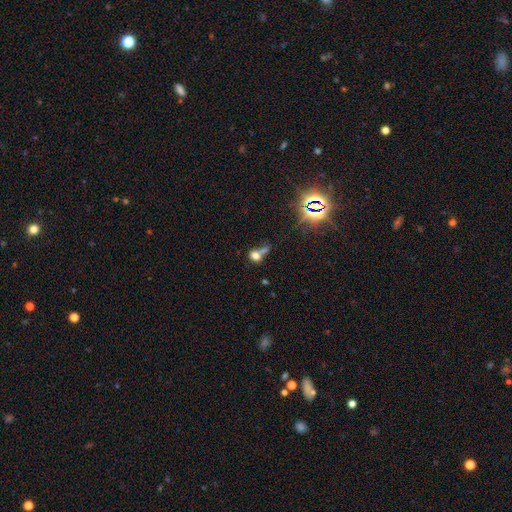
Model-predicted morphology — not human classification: Smooth or featured: smooth — 65% (star or artifact — 20%)
How rounded: round — 56% (in between — 42%)
Merging: merger — 50% (none — 30%)